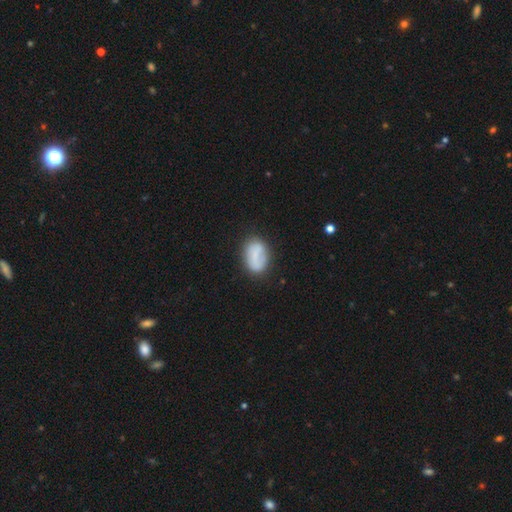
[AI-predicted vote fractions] Morphology: type=smooth (68%); roundness=in between (83%); merging=none (67%).